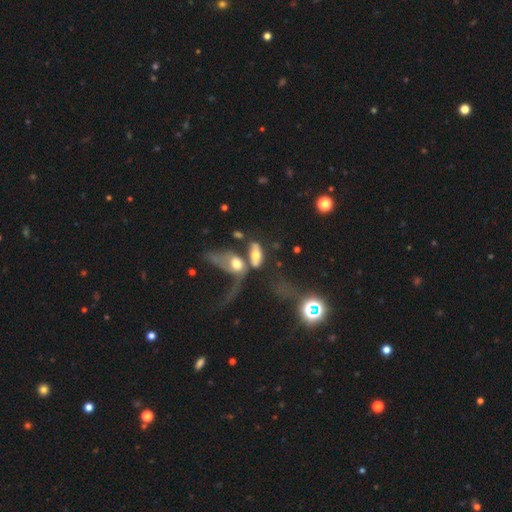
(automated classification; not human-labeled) The model was most divided on "smooth or featured": smooth: 52%, featured or disk: 38%, star or artifact: 10%. More confident: how rounded — in between (84%); merging — merger (57%).